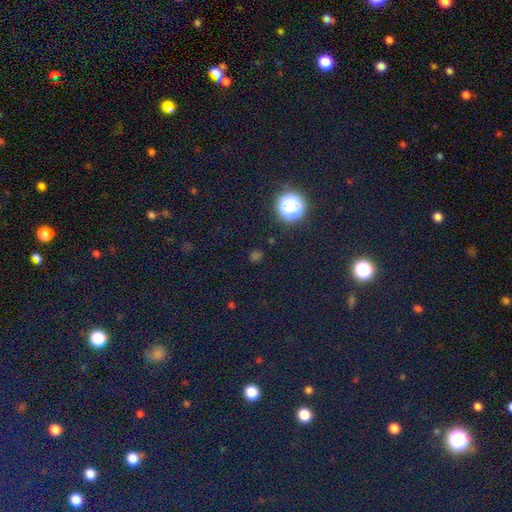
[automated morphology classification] Smooth or featured: star or artifact — 61% (smooth — 32%)